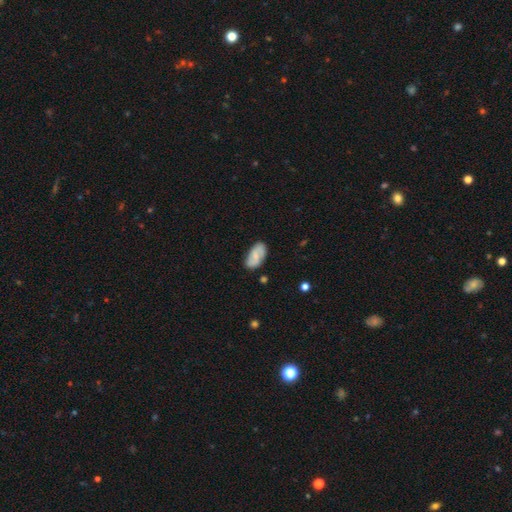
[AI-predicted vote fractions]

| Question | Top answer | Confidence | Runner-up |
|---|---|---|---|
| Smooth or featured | smooth | 62% | featured or disk (31%) |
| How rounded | in between | 92% | cigar-shaped (4%) |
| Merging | none | 73% | minor disturbance (20%) |